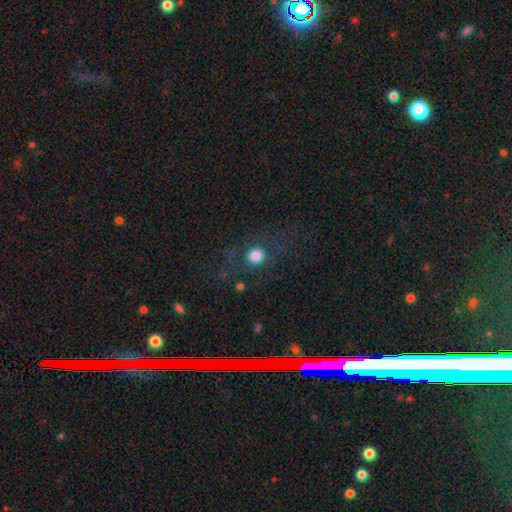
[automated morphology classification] Smooth or featured: smooth — 75% (featured or disk — 13%)
How rounded: round — 82% (in between — 17%)
Merging: none — 73% (minor disturbance — 13%)